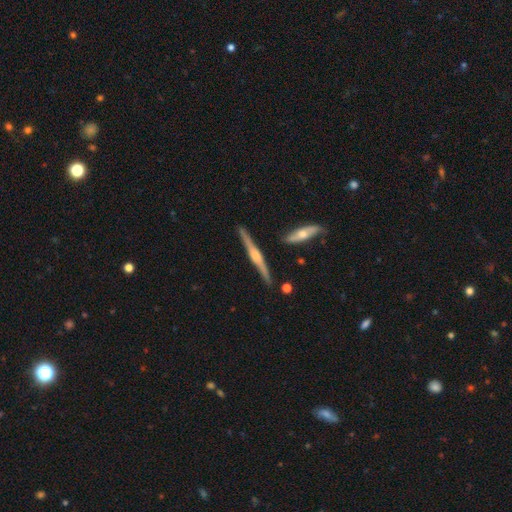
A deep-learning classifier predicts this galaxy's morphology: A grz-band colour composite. It shows a featured or disk galaxy (79%) viewed edge-on (98%) with a rounded central bulge (77%). Merging: none (87%).